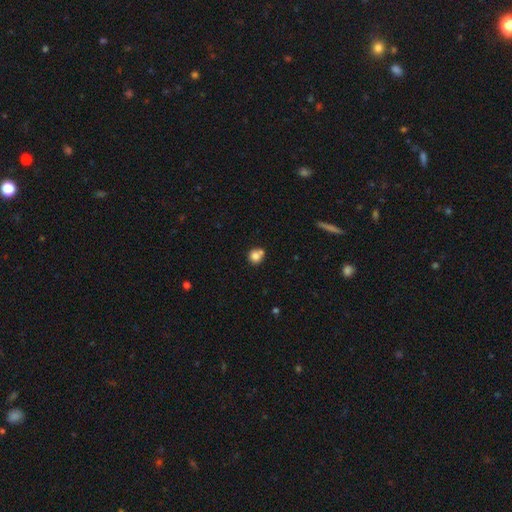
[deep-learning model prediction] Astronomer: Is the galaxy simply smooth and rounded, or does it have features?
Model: smooth — 81%.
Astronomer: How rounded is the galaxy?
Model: round — 87%.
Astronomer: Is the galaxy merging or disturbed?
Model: none — 59%.